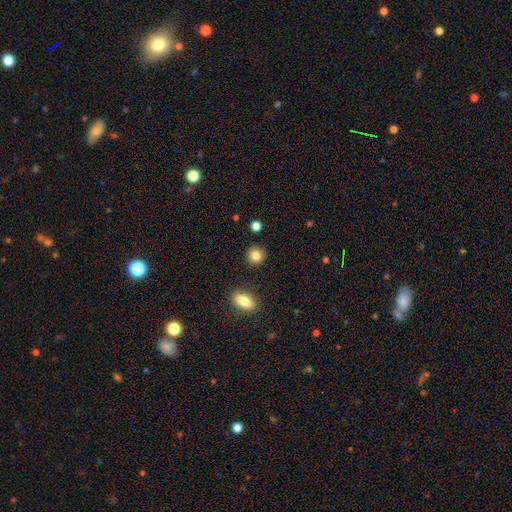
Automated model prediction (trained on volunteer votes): Smooth or featured? smooth (84%)
How rounded? round (88%)
Merging? none (89%)